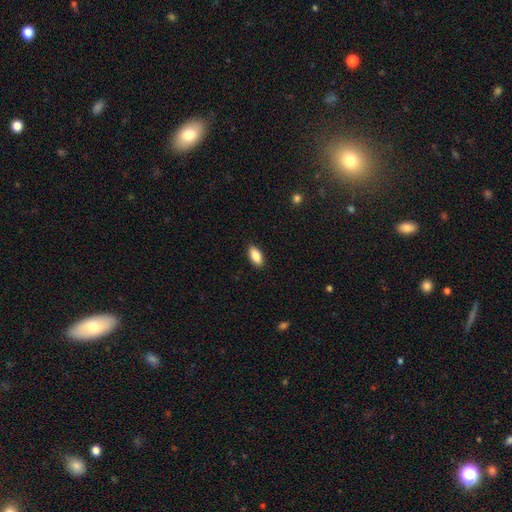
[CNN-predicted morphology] Smooth or featured?
  - smooth: 87% *
  - star or artifact: 7%
  - featured or disk: 6%
How rounded?
  - in between: 91% *
  - cigar-shaped: 7%
  - round: 3%
Merging?
  - none: 89% *
  - minor disturbance: 8%
  - major disturbance: 2%
  - merger: 1%